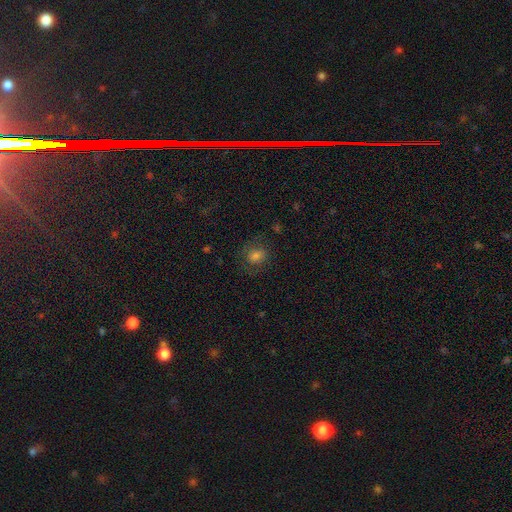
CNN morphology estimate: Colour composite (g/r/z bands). It shows a smooth galaxy with no disk features (61%) that is round (70%). Merging: none (74%).